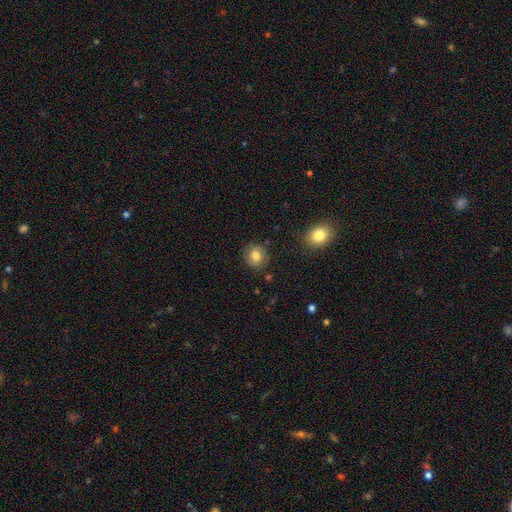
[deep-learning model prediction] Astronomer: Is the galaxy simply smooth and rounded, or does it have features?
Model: smooth — 80%.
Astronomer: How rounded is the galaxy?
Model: round — 76%.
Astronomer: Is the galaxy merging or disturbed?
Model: none — 85%.